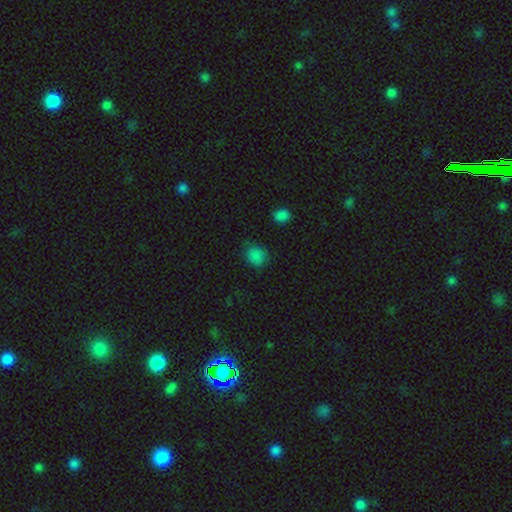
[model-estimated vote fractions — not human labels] Smooth or featured: smooth — 81% (star or artifact — 15%)
How rounded: round — 77% (in between — 22%)
Merging: none — 77% (minor disturbance — 16%)